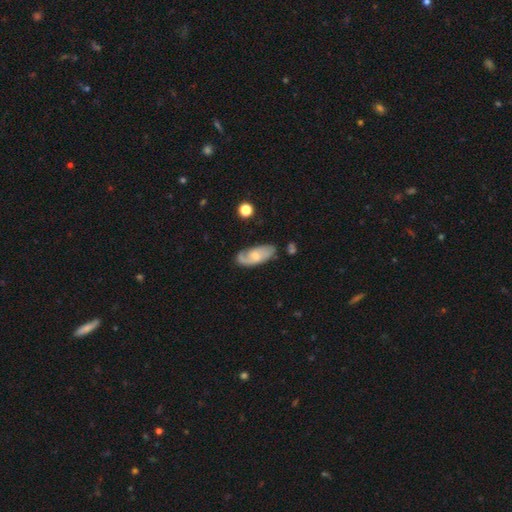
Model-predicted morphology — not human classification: Q: Smooth or featured?
A: featured or disk (61%); runner-up: smooth (33%)
Q: Edge-on disk?
A: no (92%); runner-up: yes (8%)
Q: Bar?
A: no (57%); runner-up: weak (37%)
Q: Spiral arms?
A: yes (87%); runner-up: no (13%)
Q: Bulge size?
A: moderate (45%); runner-up: small (39%)
Q: Merging?
A: none (68%); runner-up: minor disturbance (22%)